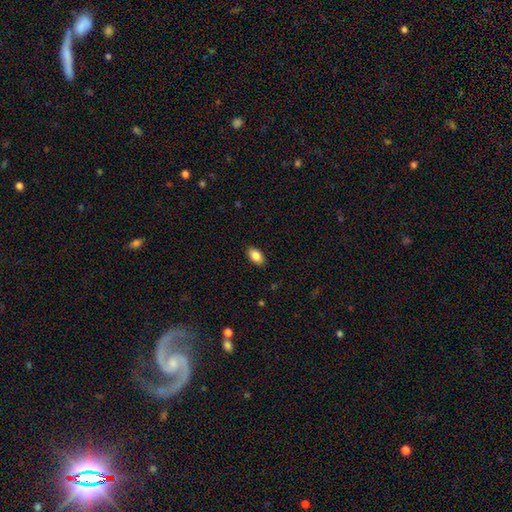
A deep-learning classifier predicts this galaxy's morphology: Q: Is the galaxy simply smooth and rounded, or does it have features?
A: smooth — 87%.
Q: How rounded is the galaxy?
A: in between — 93%.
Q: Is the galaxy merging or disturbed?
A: none — 89%.